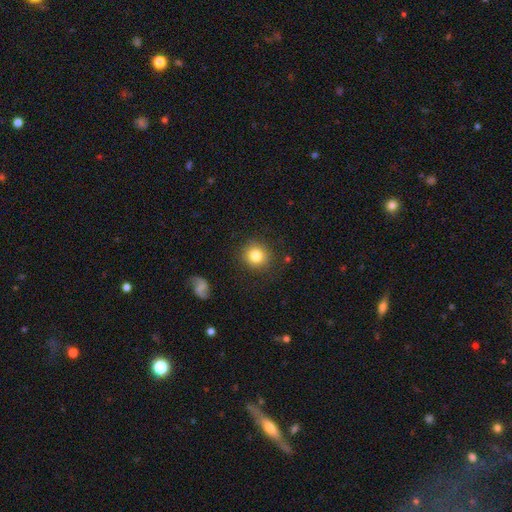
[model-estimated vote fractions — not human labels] The model was most divided on "smooth or featured": smooth: 82%, star or artifact: 10%, featured or disk: 8%. More confident: how rounded — round (91%); merging — none (87%).